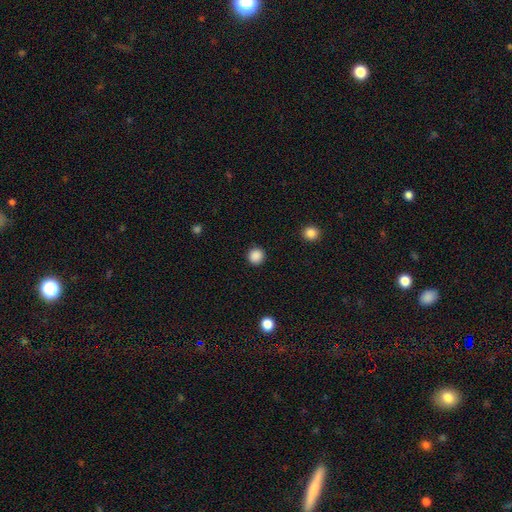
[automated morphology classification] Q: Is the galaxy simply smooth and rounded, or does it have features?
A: smooth — 88%.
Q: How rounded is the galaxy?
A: round — 94%.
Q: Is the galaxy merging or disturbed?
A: none — 92%.